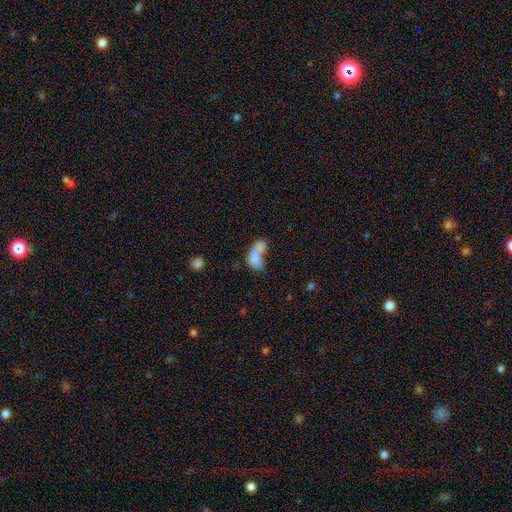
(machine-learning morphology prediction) Smooth or featured?
  - smooth: 70% *
  - featured or disk: 21%
  - star or artifact: 9%
How rounded?
  - in between: 84% *
  - round: 11%
  - cigar-shaped: 5%
Merging?
  - merger: 66% *
  - none: 15%
  - major disturbance: 11%
  - minor disturbance: 8%